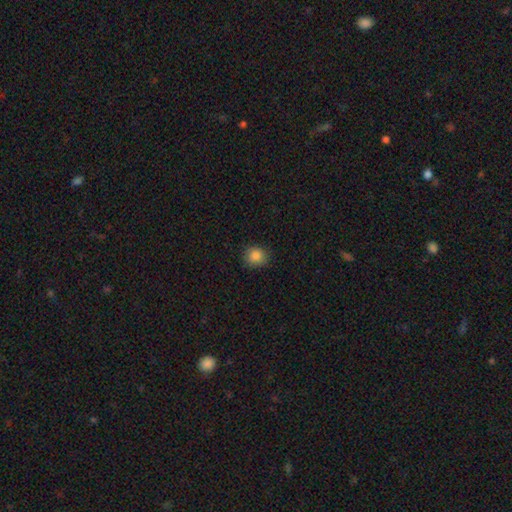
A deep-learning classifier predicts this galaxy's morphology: smooth-or-featured: smooth: 85% | star or artifact: 11% | featured or disk: 4%
  how-rounded: round: 84% | in between: 15% | cigar-shaped: 1%
  merging: none: 87% | minor disturbance: 9% | major disturbance: 2% | merger: 1%